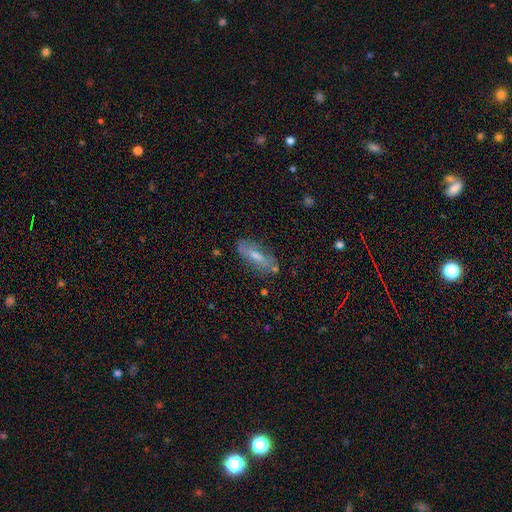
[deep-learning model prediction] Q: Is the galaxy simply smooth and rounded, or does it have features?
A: smooth — 46%.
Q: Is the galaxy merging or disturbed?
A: none — 74%.